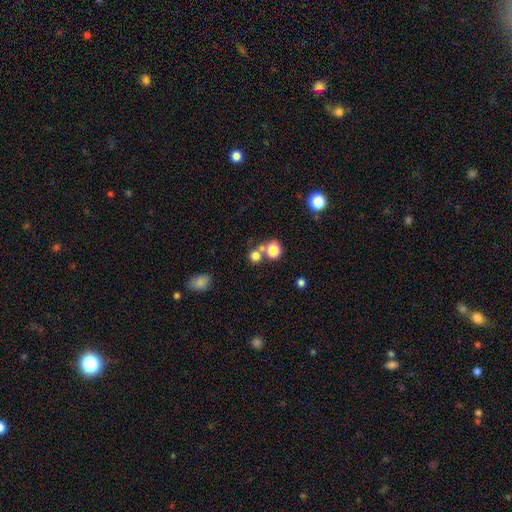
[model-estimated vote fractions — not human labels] This is likely a smooth galaxy (75%). How rounded: clearly round (88%). Merging: possibly none (55%).